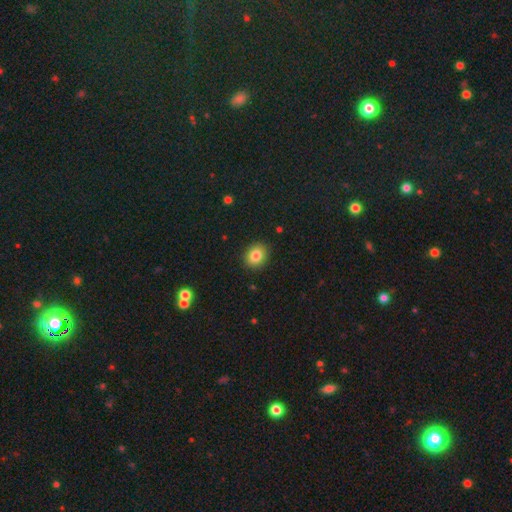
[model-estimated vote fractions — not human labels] Smooth or featured? smooth (84%)
How rounded? round (56%)
Merging? none (89%)